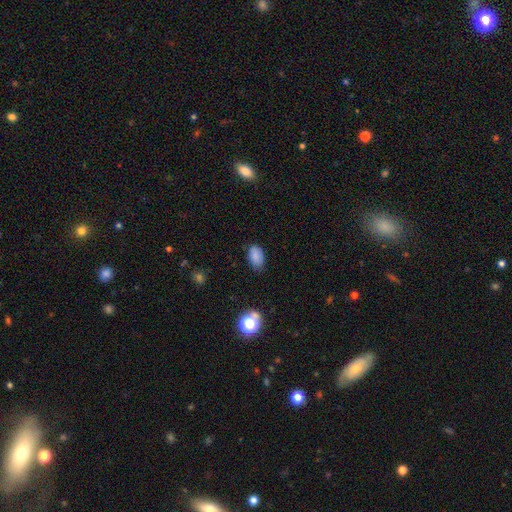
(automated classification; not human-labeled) The model was most divided on "merging": none: 73%, minor disturbance: 22%, major disturbance: 4%, merger: 1%. More confident: how rounded — in between (91%); smooth or featured — smooth (81%).